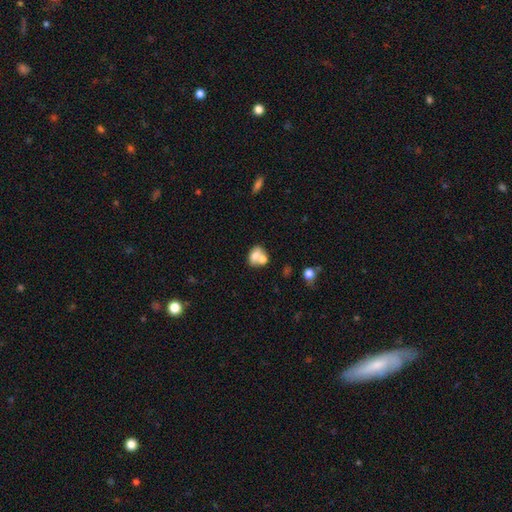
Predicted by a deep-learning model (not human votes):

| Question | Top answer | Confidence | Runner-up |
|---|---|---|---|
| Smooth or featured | smooth | 68% | featured or disk (22%) |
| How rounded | in between | 66% | round (32%) |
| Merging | merger | 50% | none (34%) |